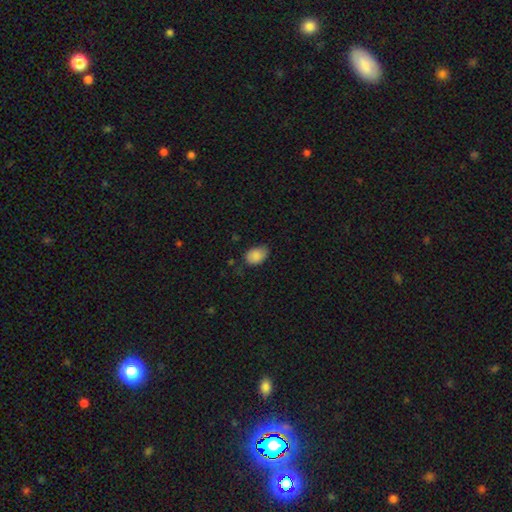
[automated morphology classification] Smooth or featured?
  - smooth: 87% *
  - star or artifact: 8%
  - featured or disk: 6%
How rounded?
  - in between: 79% *
  - round: 20%
  - cigar-shaped: 1%
Merging?
  - none: 67% *
  - minor disturbance: 27%
  - major disturbance: 5%
  - merger: 1%